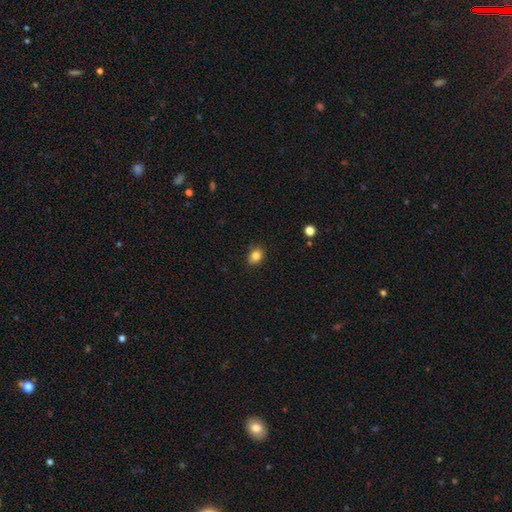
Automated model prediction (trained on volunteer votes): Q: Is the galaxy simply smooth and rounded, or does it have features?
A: smooth — 83%.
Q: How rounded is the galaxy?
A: in between — 61%.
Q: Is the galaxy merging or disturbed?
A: none — 80%.